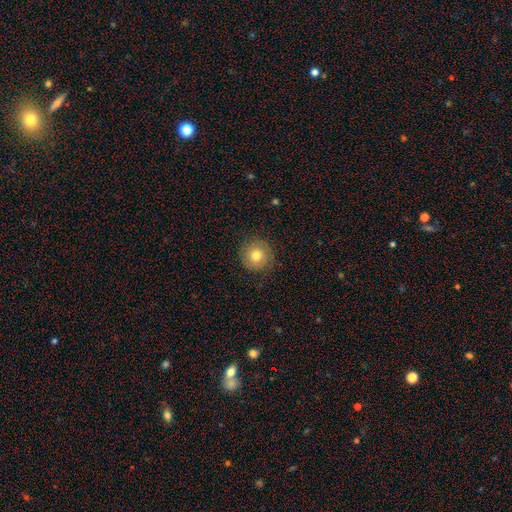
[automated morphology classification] Overall: smooth (76%). How rounded: round (95%). Merging: none (87%).